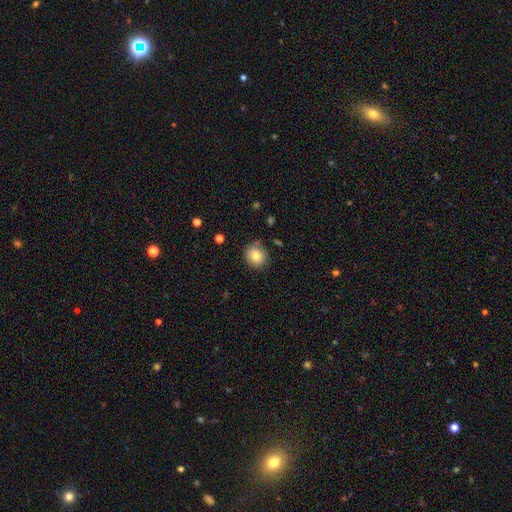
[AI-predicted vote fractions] Smooth or featured? smooth (79%)
How rounded? round (87%)
Merging? none (82%)